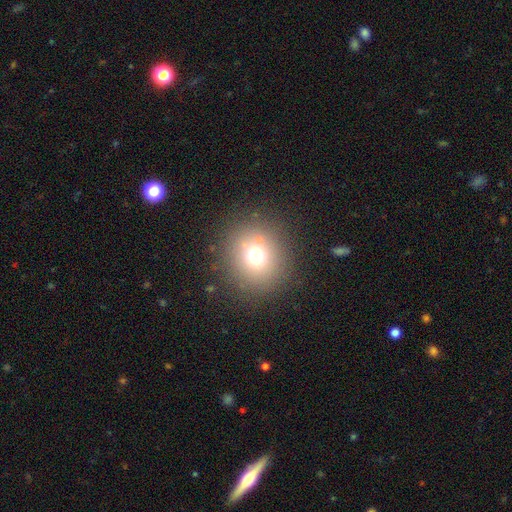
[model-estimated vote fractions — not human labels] smooth-or-featured: smooth: 67% | star or artifact: 20% | featured or disk: 13%
  how-rounded: round: 88% | in between: 11% | cigar-shaped: 1%
  merging: none: 83% | minor disturbance: 8% | major disturbance: 5% | merger: 4%